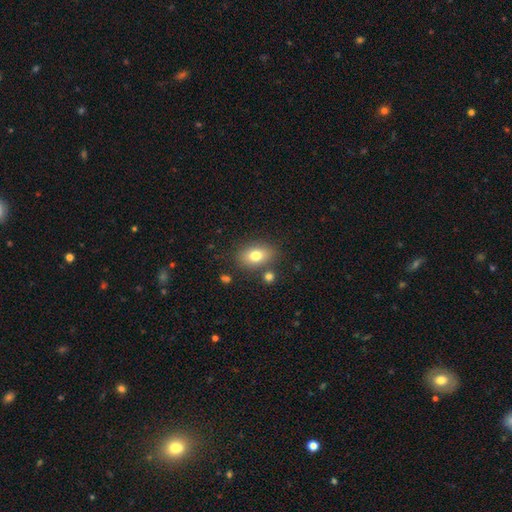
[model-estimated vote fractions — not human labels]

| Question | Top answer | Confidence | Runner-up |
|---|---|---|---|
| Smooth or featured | smooth | 77% | featured or disk (14%) |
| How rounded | in between | 81% | round (18%) |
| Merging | none | 78% | minor disturbance (12%) |